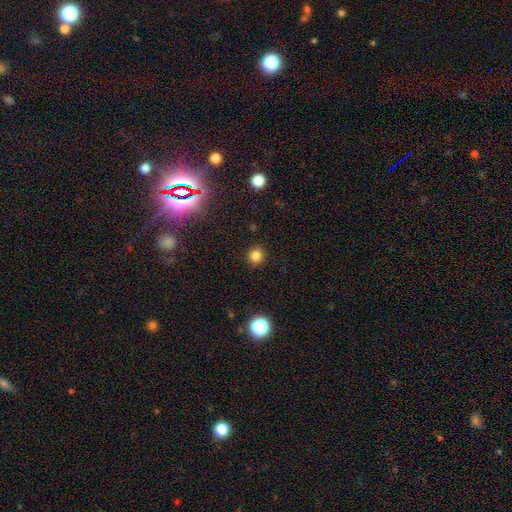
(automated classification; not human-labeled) The model was most divided on "smooth or featured": smooth: 81%, star or artifact: 15%, featured or disk: 4%. More confident: how rounded — round (93%); merging — none (90%).